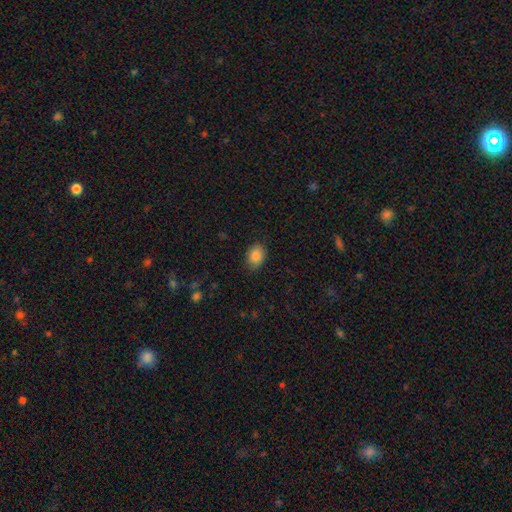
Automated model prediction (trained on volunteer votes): Morphology: type=smooth (86%); roundness=in between (72%); merging=none (83%).